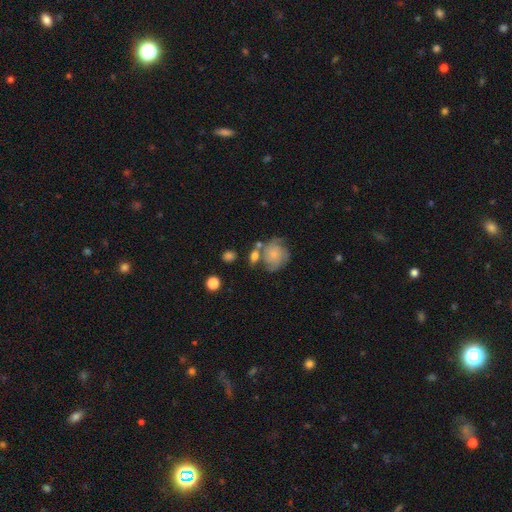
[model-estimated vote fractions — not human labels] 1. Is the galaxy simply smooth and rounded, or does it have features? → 58% featured or disk, 28% smooth, 14% star or artifact.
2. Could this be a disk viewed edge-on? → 97% no, 3% yes.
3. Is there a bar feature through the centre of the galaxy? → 76% no, 20% weak, 4% strong.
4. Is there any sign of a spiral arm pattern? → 88% yes, 12% no.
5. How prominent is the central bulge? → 66% small, 23% moderate, 7% none, 2% large, 2% dominant.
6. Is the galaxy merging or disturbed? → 61% none, 18% minor disturbance, 13% merger, 8% major disturbance.